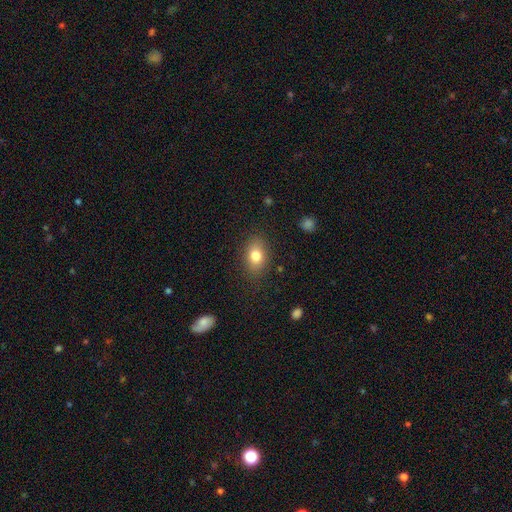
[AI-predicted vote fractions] smooth_or_featured: smooth (p=0.80) [alt: featured or disk p=0.11]
how_rounded: in between (p=0.80) [alt: round p=0.18]
merging: none (p=0.84) [alt: minor disturbance p=0.11]